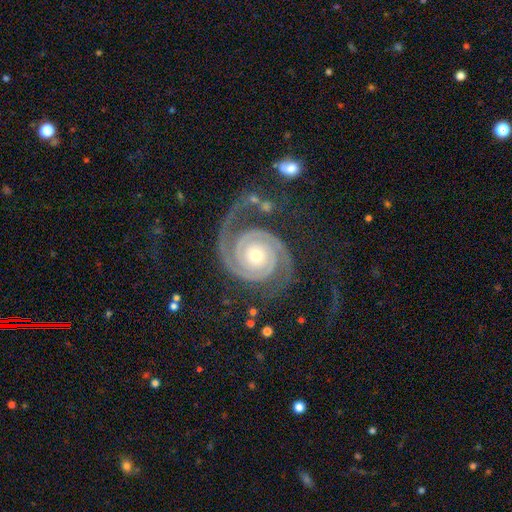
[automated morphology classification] The model was most divided on "bulge size": moderate: 53%, small: 42%, large: 3%, none: 1%, dominant: 1%. More confident: spiral arms — yes (99%); edge-on disk — no (98%); smooth or featured — featured or disk (93%); spiral arm count — 2 (91%); bar — no (77%); spiral winding — tight (74%); merging — none (72%).